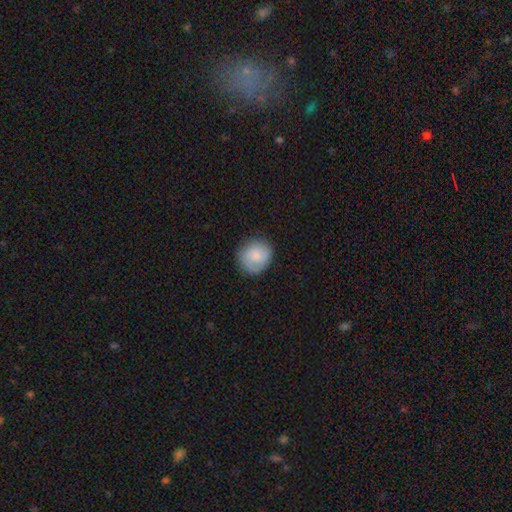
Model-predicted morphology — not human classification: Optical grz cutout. It shows a smooth galaxy with no disk features (73%) that is round (85%). Merging: none (81%).